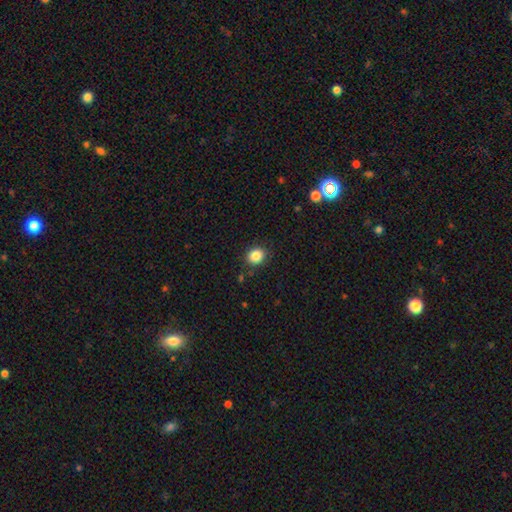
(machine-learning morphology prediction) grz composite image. It shows a smooth galaxy with no disk features (85%) that is round (70%). Merging: none (87%).